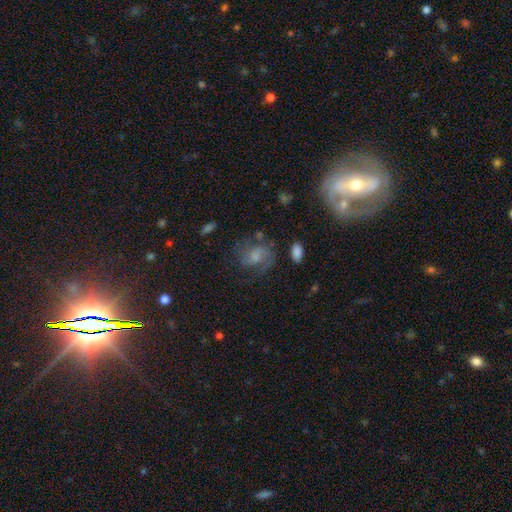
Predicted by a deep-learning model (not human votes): Overall: featured or disk (53%; smooth 34%). Edge-on disk: no (97%). Bar: no (59%; weak 35%). Spiral arms: yes (83%). Bulge size: small (35%; moderate 34%). Merging: none (53%; minor disturbance 22%).